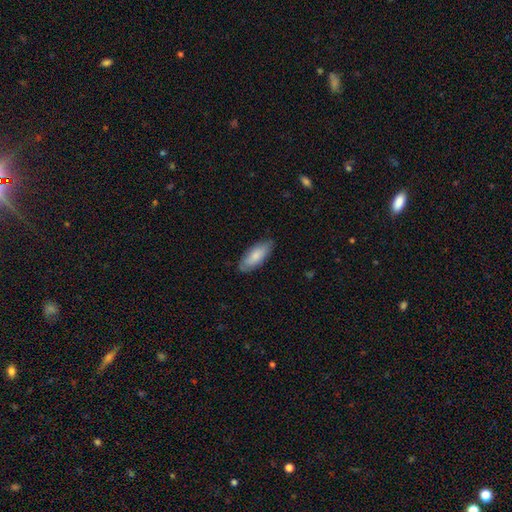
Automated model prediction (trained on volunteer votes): smooth_or_featured: smooth (p=0.79) [alt: featured or disk p=0.16]
how_rounded: in between (p=0.76) [alt: cigar-shaped p=0.23]
merging: none (p=0.81) [alt: minor disturbance p=0.16]